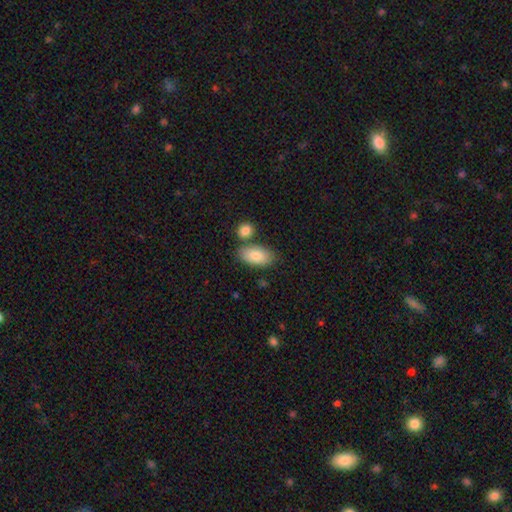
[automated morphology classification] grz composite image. It shows a smooth galaxy with no disk features (83%) that is in between round and cigar-shaped (93%). Merging: none (68%).